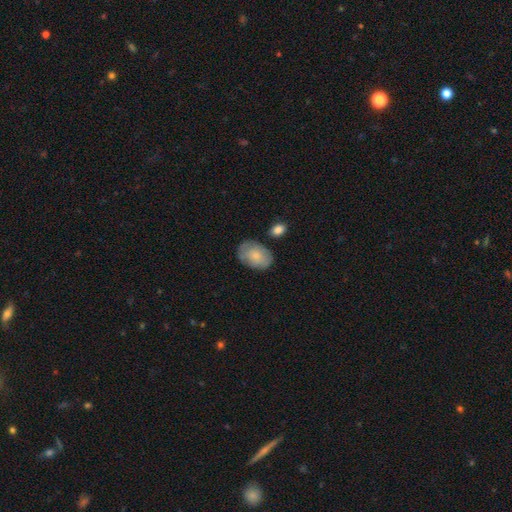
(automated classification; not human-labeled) This is likely a smooth galaxy (74%). How rounded: clearly in between (86%). Merging: likely none (70%).